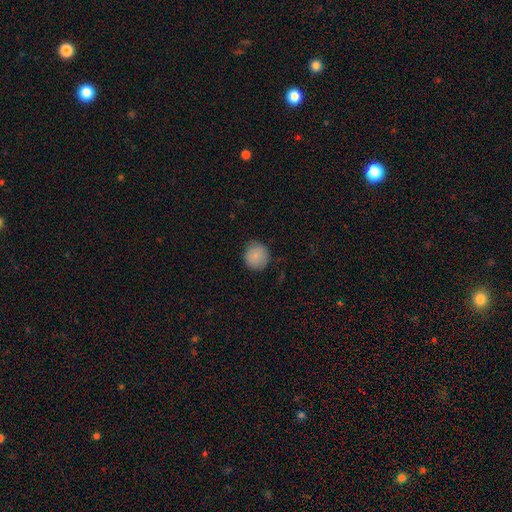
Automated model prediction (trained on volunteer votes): Smooth or featured: smooth — 86% (star or artifact — 8%)
How rounded: round — 92% (in between — 7%)
Merging: none — 82% (minor disturbance — 14%)